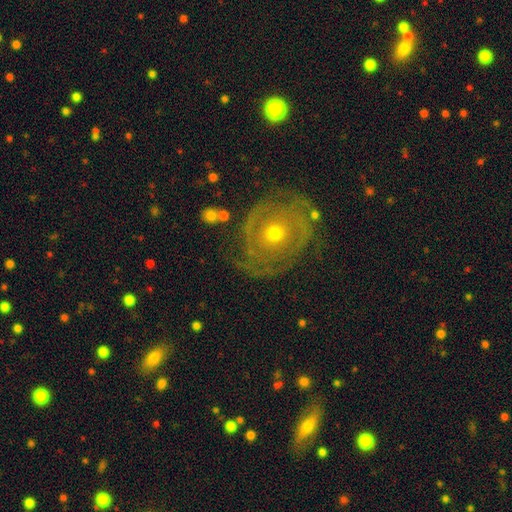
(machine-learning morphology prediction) Smooth or featured: featured or disk — 72% (smooth — 15%)
Edge-on disk: no — 96% (yes — 4%)
Bar: no — 82% (weak — 14%)
Spiral arms: yes — 78% (no — 22%)
Spiral winding: tight — 72% (medium — 21%)
Spiral arm count: can't tell — 43% (2 — 29%)
Bulge size: moderate — 49% (small — 47%)
Merging: none — 79% (minor disturbance — 13%)